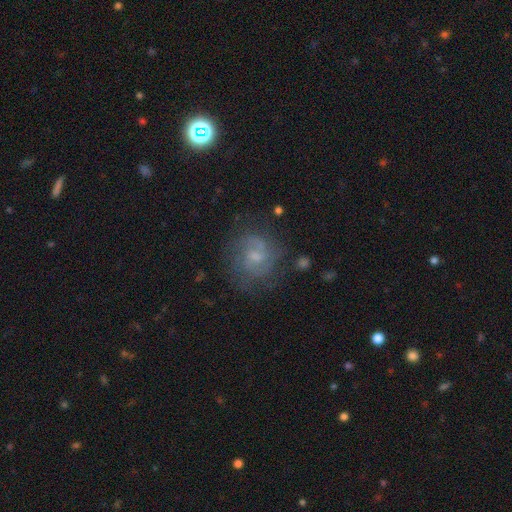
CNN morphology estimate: smooth-or-featured: featured or disk: 75% | smooth: 15% | star or artifact: 10%
  disk-edge-on: no: 98% | yes: 2%
    bar: weak: 50% | no: 42% | strong: 7%
    has-spiral-arms: yes: 93% | no: 7%
      spiral-winding: medium: 46% | tight: 39% | loose: 15%
      spiral-arm-count: 2: 58% | can't tell: 20% | 3: 12% | 1: 4% | 4: 3% | more than 4: 3%
    bulge-size: small: 53% | moderate: 31% | none: 13% | large: 2% | dominant: 1%
  merging: none: 72% | minor disturbance: 17% | major disturbance: 9% | merger: 2%